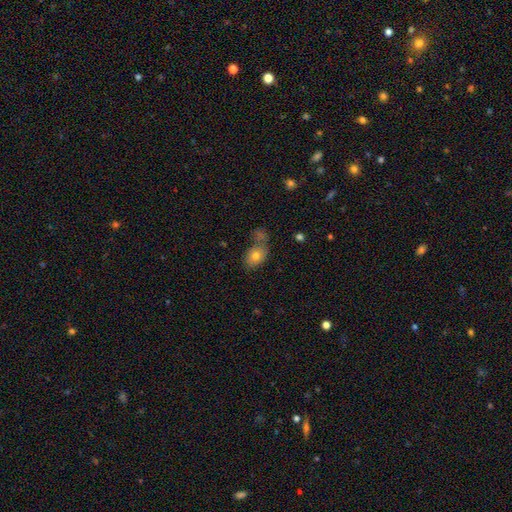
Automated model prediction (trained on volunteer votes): smooth 76%, featured or disk 15%, star or artifact 9%. Down the decision tree: how rounded — in between (75%); merging — none (49%).